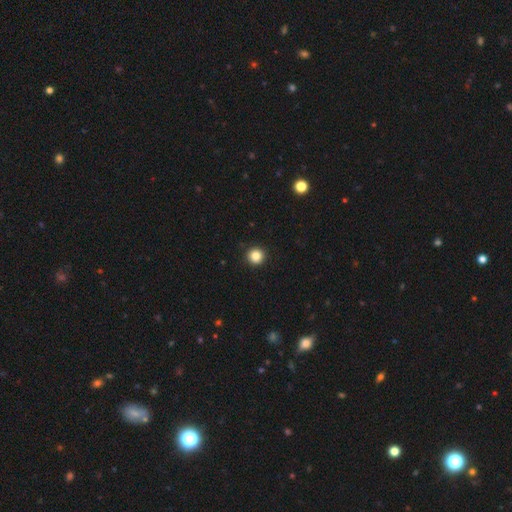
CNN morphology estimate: smooth 85%, star or artifact 11%, featured or disk 4%. Down the decision tree: how rounded — round (95%); merging — none (93%).